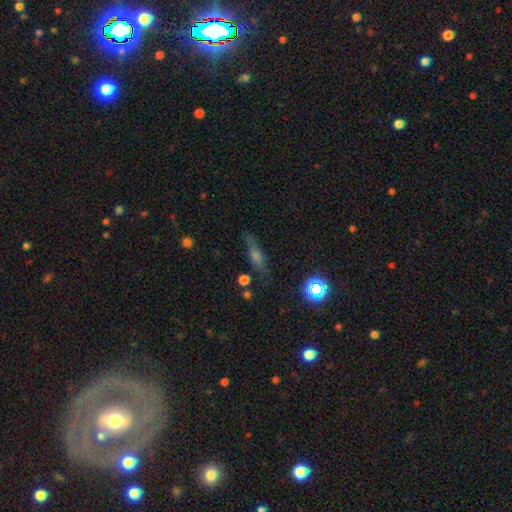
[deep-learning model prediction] smooth 44%, featured or disk 38%, star or artifact 18%. Down the decision tree: merging — none (76%).